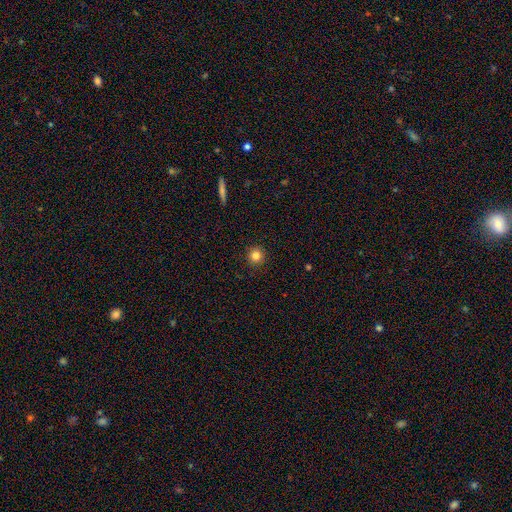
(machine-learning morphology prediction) Smooth or featured: smooth — 83% (star or artifact — 11%)
How rounded: round — 95% (in between — 4%)
Merging: none — 91% (minor disturbance — 6%)